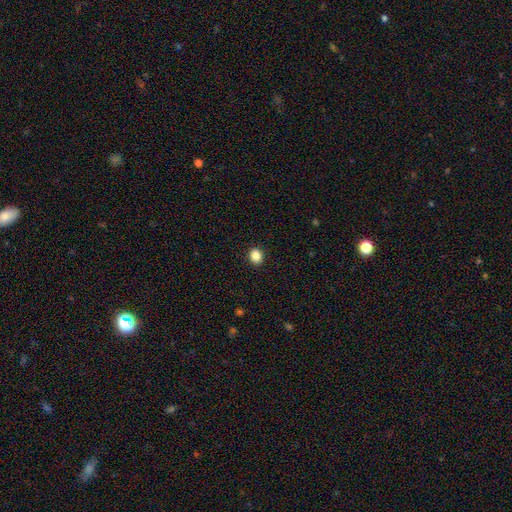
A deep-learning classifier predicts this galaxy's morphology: smooth 87%, star or artifact 10%, featured or disk 3%. Down the decision tree: how rounded — round (65%); merging — none (92%).